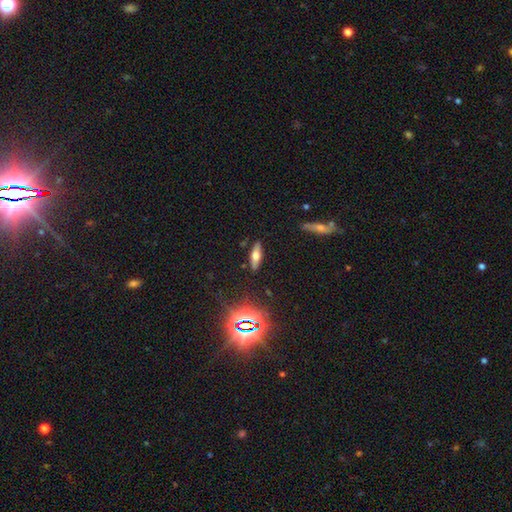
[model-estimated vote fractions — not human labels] This appears to be a smooth galaxy with no disk features (46%). Merging: none (87%).